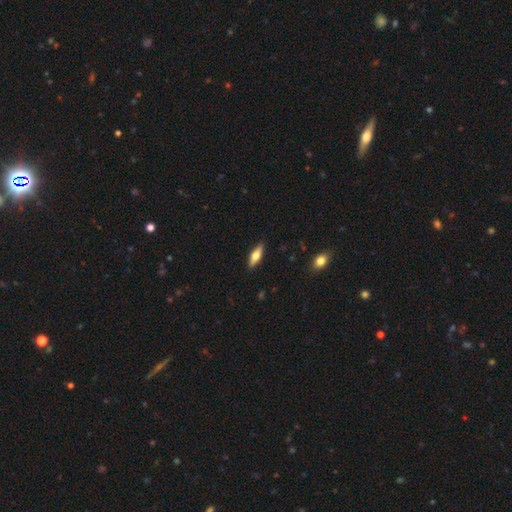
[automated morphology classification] smooth_or_featured: smooth (p=0.48) [alt: featured or disk p=0.45]
merging: none (p=0.89) [alt: minor disturbance p=0.08]